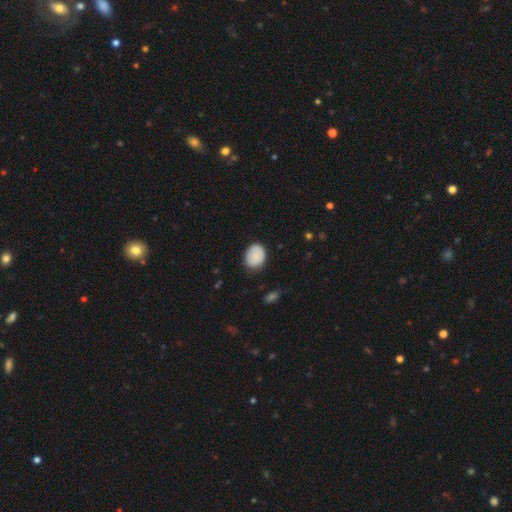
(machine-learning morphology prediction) smooth_or_featured: smooth (p=0.84) [alt: featured or disk p=0.09]
how_rounded: round (p=0.57) [alt: in between p=0.42]
merging: none (p=0.79) [alt: minor disturbance p=0.16]